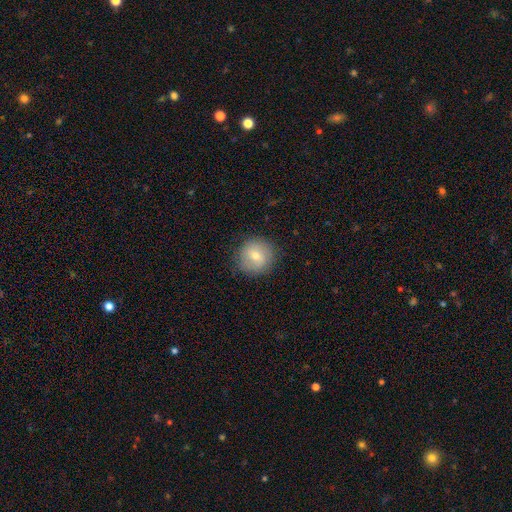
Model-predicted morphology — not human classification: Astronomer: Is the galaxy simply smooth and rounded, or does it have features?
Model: smooth — 63%.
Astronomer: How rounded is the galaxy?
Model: round — 92%.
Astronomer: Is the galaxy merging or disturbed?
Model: none — 86%.